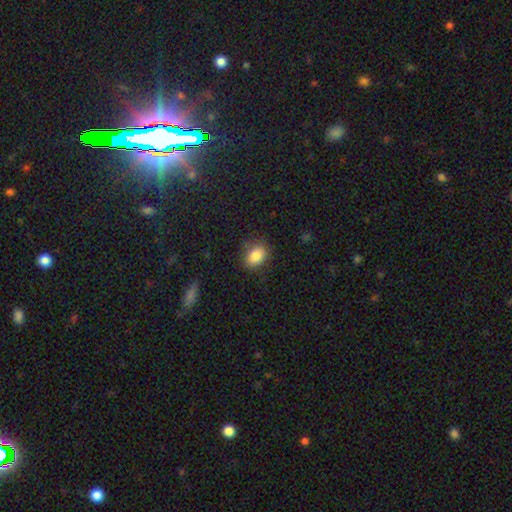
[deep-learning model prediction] Smooth or featured? Predicted: smooth (p=0.85). How rounded? Predicted: in between (p=0.74). Merging? Predicted: none (p=0.81).